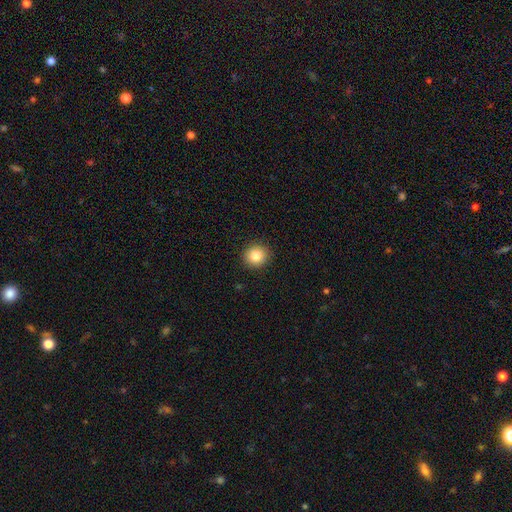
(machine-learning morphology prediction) Q: Smooth or featured?
A: smooth (84%); runner-up: star or artifact (10%)
Q: How rounded?
A: round (89%); runner-up: in between (10%)
Q: Merging?
A: none (91%); runner-up: minor disturbance (6%)